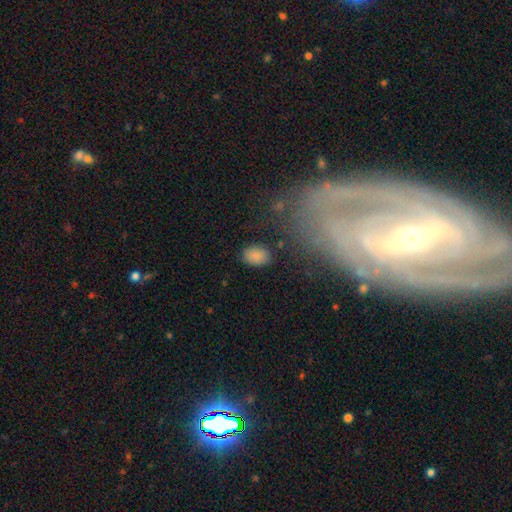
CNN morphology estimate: A smooth galaxy with no disk features (85%) that is in between round and cigar-shaped (83%). Merging: none (80%).